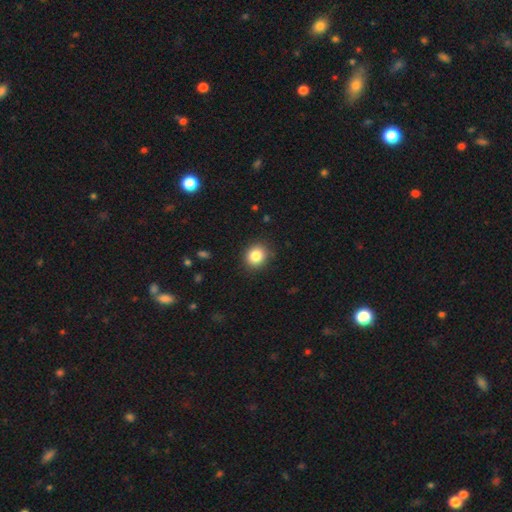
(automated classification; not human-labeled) Overall: smooth (84%). How rounded: round (76%). Merging: none (88%).